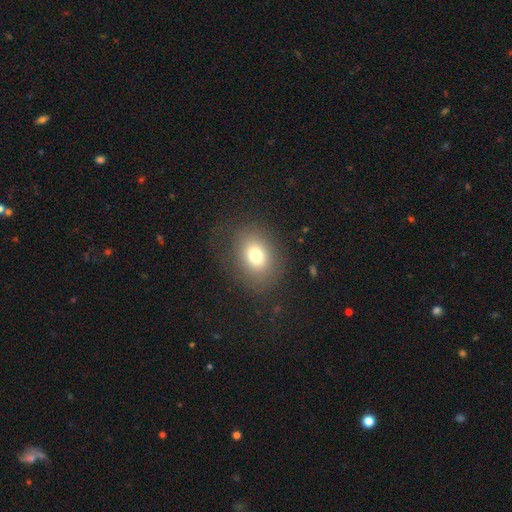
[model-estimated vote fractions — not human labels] Morphology: type=smooth (75%); roundness=in between (55%); merging=none (78%).